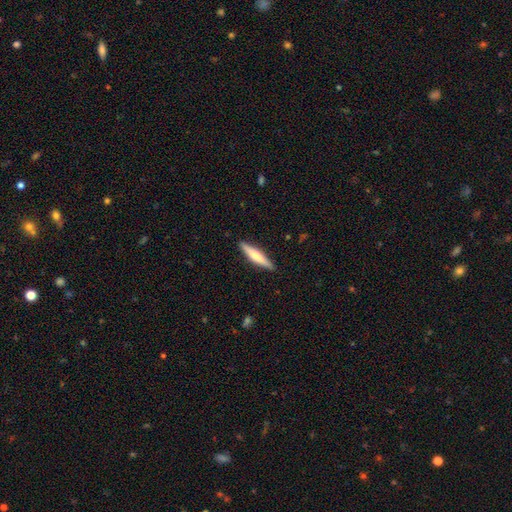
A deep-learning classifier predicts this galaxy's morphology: Smooth or featured? Predicted: smooth (p=0.52). How rounded? Predicted: cigar-shaped (p=0.87). Merging? Predicted: none (p=0.90).